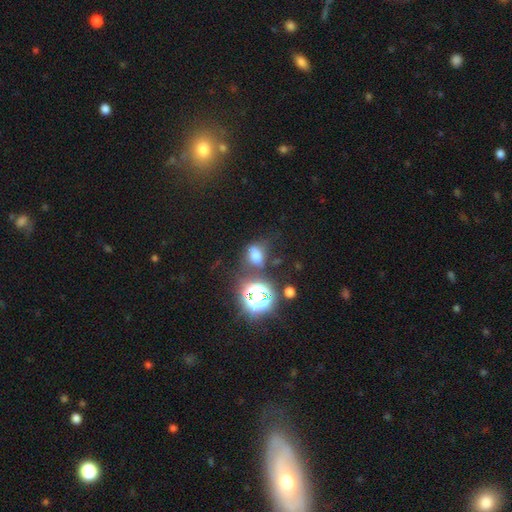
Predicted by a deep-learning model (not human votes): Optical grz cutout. It shows a smooth galaxy with no disk features (58%) that is in between round and cigar-shaped (63%). Merging: none (57%).